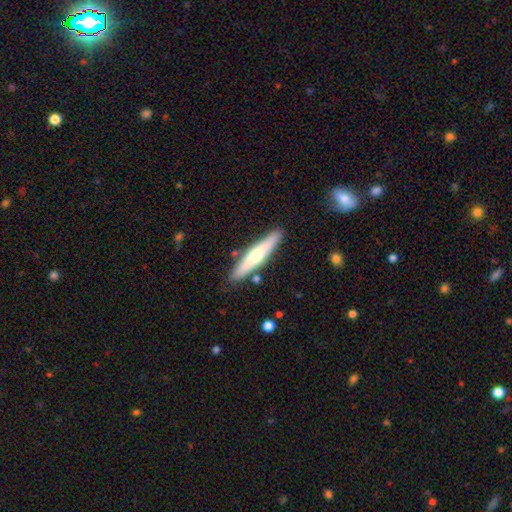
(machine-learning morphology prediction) smooth-or-featured: smooth: 51% | featured or disk: 43% | star or artifact: 5%
  how-rounded: cigar-shaped: 87% | in between: 11% | round: 1%
  merging: none: 86% | minor disturbance: 9% | merger: 3% | major disturbance: 2%